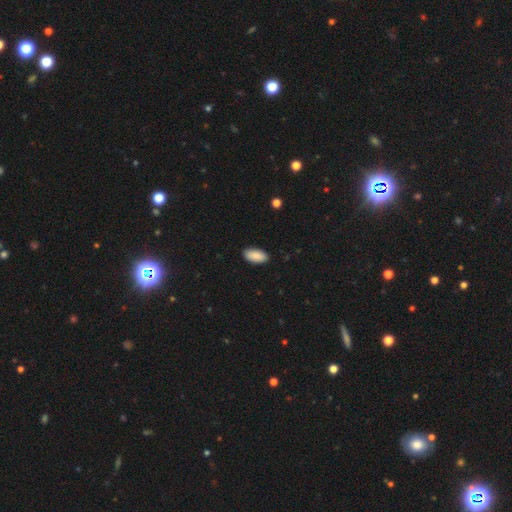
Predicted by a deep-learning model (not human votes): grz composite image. It shows a smooth galaxy with no disk features (90%) that is in between round and cigar-shaped (94%). Merging: none (90%).